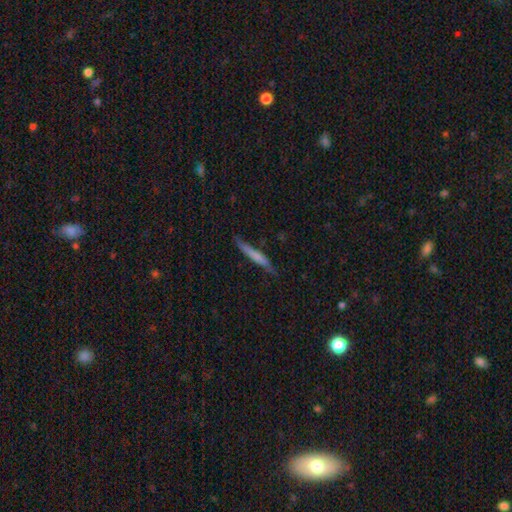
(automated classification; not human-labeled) smooth-or-featured: smooth: 63% | featured or disk: 32% | star or artifact: 6%
  how-rounded: cigar-shaped: 94% | in between: 4% | round: 2%
  merging: none: 74% | minor disturbance: 20% | major disturbance: 4% | merger: 2%